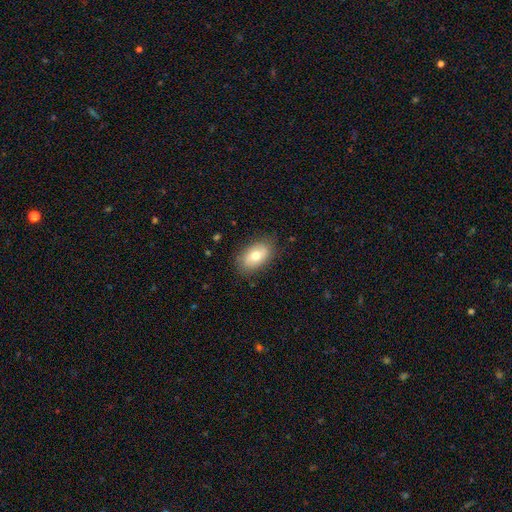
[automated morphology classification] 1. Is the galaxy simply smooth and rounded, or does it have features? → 72% smooth, 21% featured or disk, 7% star or artifact.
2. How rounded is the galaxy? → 91% in between, 7% round, 2% cigar-shaped.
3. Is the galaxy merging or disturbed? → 82% none, 14% minor disturbance, 3% major disturbance, 1% merger.